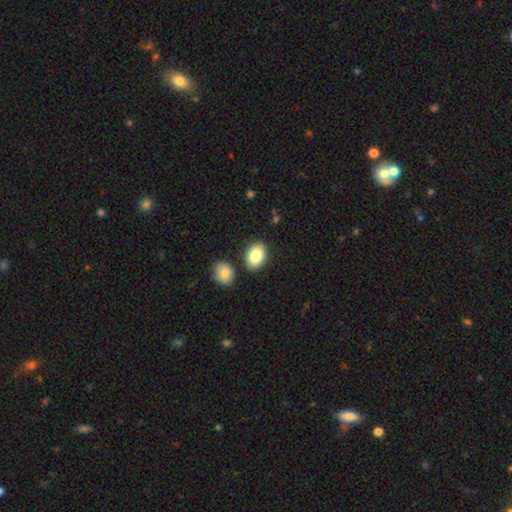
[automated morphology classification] This appears to be a smooth galaxy with no disk features (85%) that is in between round and cigar-shaped (84%). Merging: none (80%).